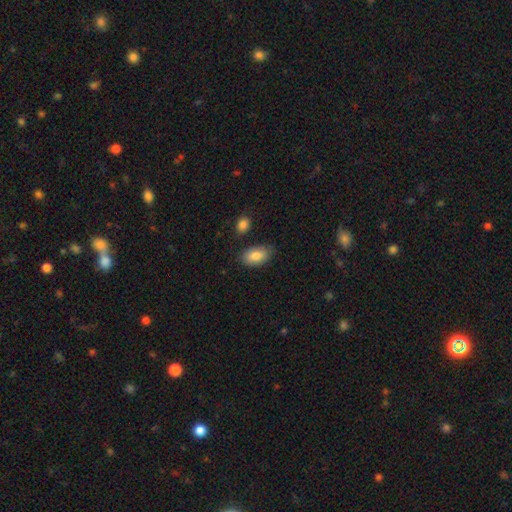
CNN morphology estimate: This is clearly a smooth galaxy (84%). How rounded: clearly in between (93%). Merging: likely none (78%).